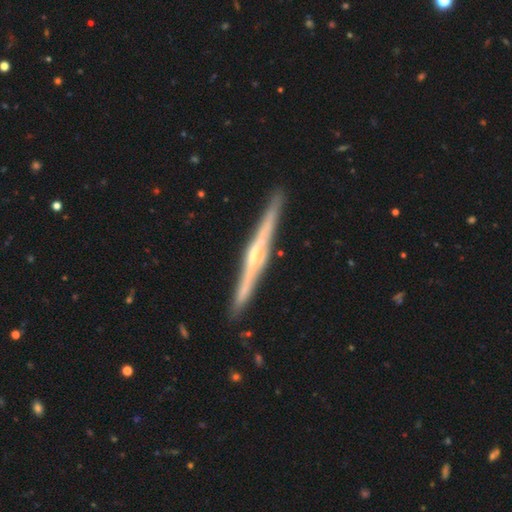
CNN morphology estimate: Overall: featured or disk (83%). Edge-on disk: yes (98%). Edge-on bulge: rounded (66%). Merging: none (91%).